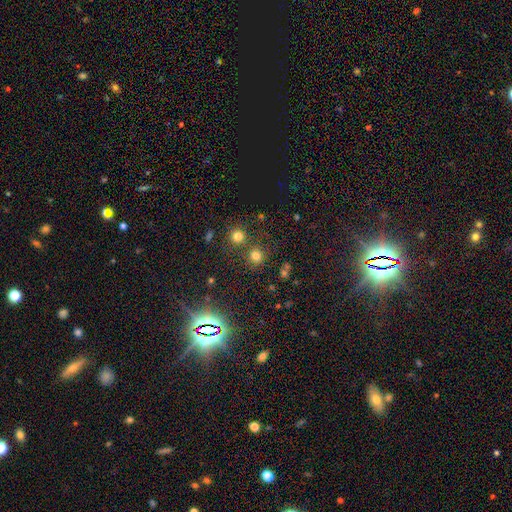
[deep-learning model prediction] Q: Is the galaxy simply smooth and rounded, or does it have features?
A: smooth — 73%.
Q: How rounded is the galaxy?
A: round — 87%.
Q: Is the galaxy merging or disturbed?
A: none — 70%.